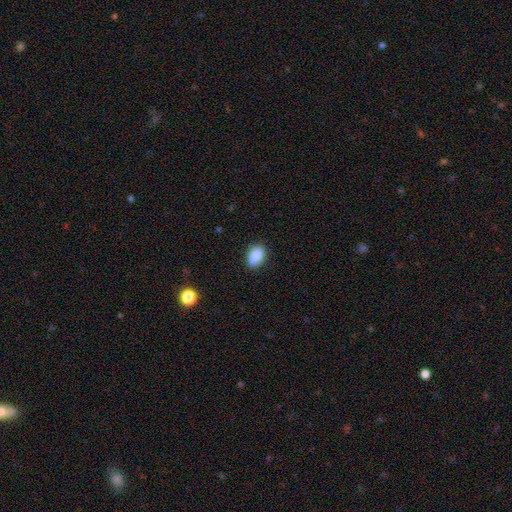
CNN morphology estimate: Smooth or featured?
  - smooth: 87% *
  - star or artifact: 8%
  - featured or disk: 5%
How rounded?
  - in between: 84% *
  - round: 14%
  - cigar-shaped: 2%
Merging?
  - none: 74% *
  - minor disturbance: 21%
  - major disturbance: 3%
  - merger: 2%